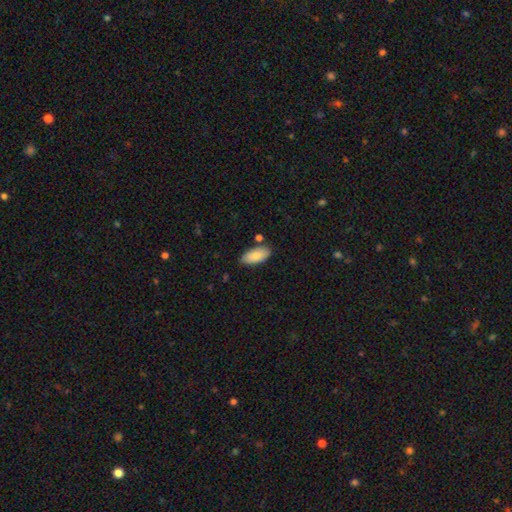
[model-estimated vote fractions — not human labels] Smooth or featured? smooth (84%)
How rounded? in between (91%)
Merging? none (79%)